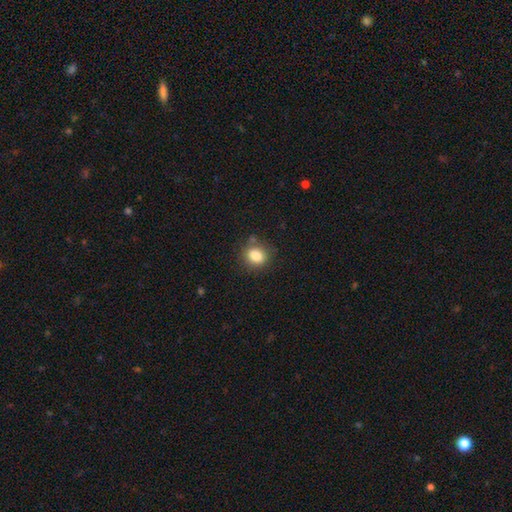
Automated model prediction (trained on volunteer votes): smooth-or-featured: smooth: 84% | star or artifact: 10% | featured or disk: 6%
  how-rounded: round: 57% | in between: 42% | cigar-shaped: 1%
  merging: none: 78% | minor disturbance: 14% | major disturbance: 4% | merger: 4%